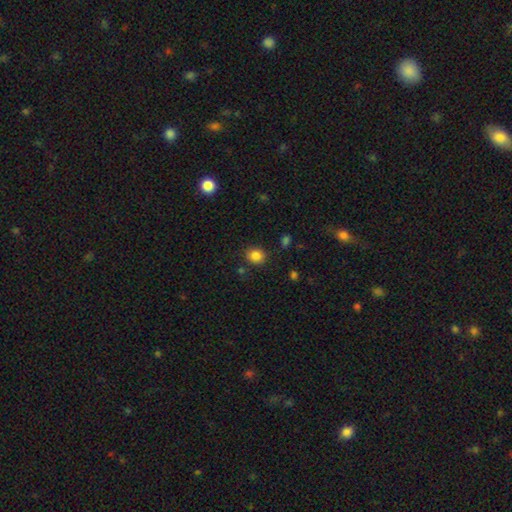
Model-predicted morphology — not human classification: smooth_or_featured: smooth (p=0.85) [alt: star or artifact p=0.10]
how_rounded: round (p=0.77) [alt: in between p=0.22]
merging: none (p=0.86) [alt: minor disturbance p=0.09]